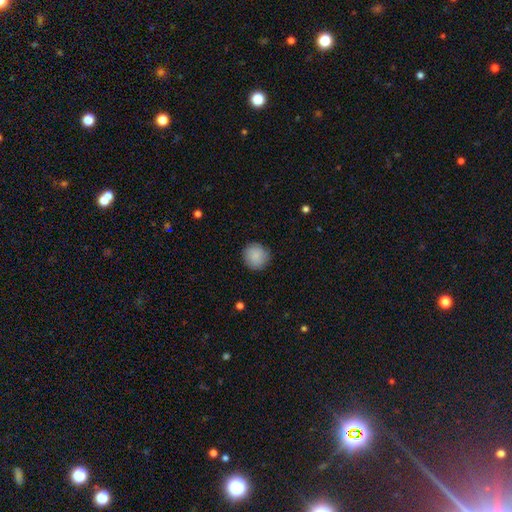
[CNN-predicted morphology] Smooth or featured?
  - smooth: 85% *
  - featured or disk: 8%
  - star or artifact: 7%
How rounded?
  - round: 93% *
  - in between: 6%
  - cigar-shaped: 1%
Merging?
  - none: 86% *
  - minor disturbance: 10%
  - major disturbance: 3%
  - merger: 1%